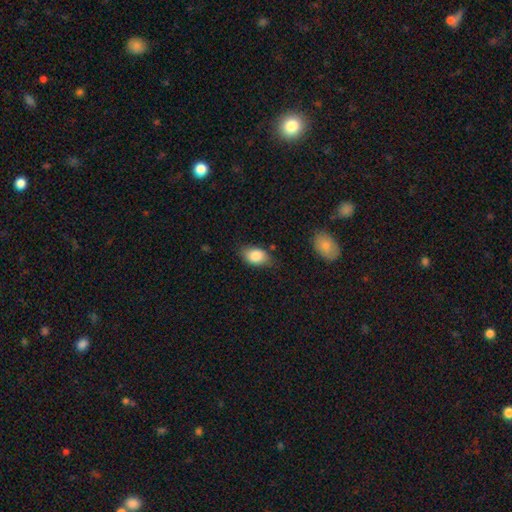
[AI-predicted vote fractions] Smooth or featured?
  - smooth: 84% *
  - featured or disk: 9%
  - star or artifact: 7%
How rounded?
  - in between: 87% *
  - round: 11%
  - cigar-shaped: 2%
Merging?
  - none: 70% *
  - minor disturbance: 23%
  - major disturbance: 5%
  - merger: 2%